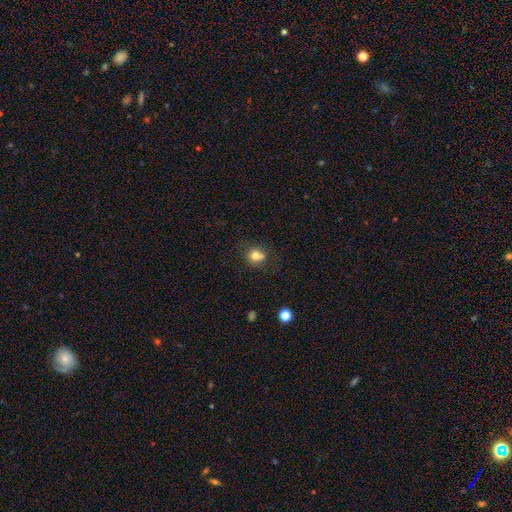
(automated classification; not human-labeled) smooth_or_featured: smooth (p=0.75) [alt: star or artifact p=0.13]
how_rounded: round (p=0.78) [alt: in between p=0.21]
merging: none (p=0.50) [alt: merger p=0.30]